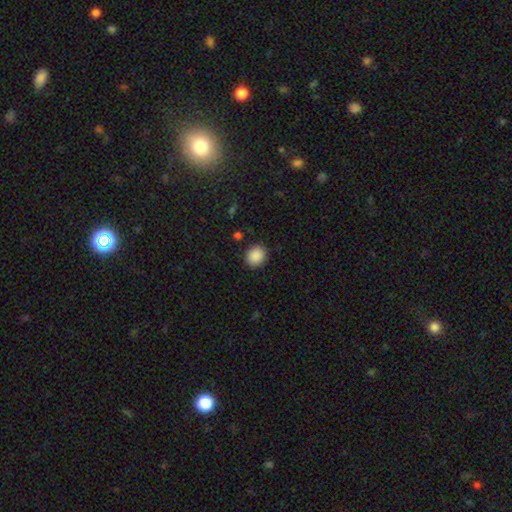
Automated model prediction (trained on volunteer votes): Q: Smooth or featured?
A: smooth (89%); runner-up: star or artifact (8%)
Q: How rounded?
A: round (70%); runner-up: in between (29%)
Q: Merging?
A: none (89%); runner-up: minor disturbance (7%)